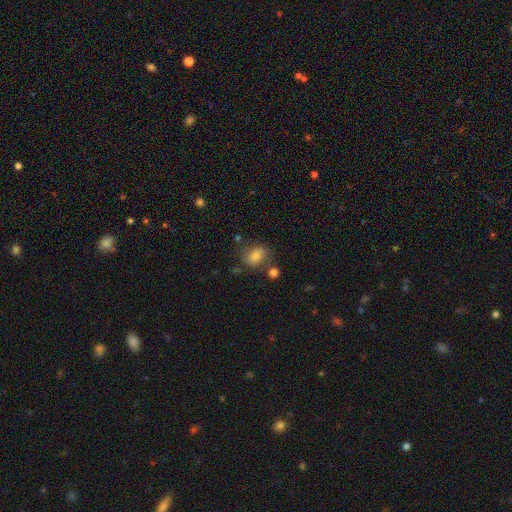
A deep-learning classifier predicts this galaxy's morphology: smooth_or_featured: smooth (p=0.79) [alt: featured or disk p=0.11]
how_rounded: in between (p=0.70) [alt: round p=0.28]
merging: none (p=0.67) [alt: minor disturbance p=0.17]